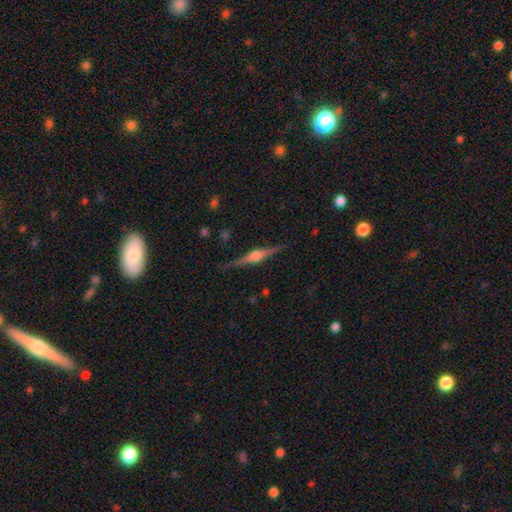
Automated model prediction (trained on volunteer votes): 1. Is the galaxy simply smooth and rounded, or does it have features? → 84% featured or disk, 10% smooth, 6% star or artifact.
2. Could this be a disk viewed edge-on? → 98% yes, 2% no.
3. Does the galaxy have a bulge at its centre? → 90% rounded, 8% boxy, 2% none.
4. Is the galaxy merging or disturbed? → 89% none, 8% minor disturbance, 2% major disturbance, 1% merger.